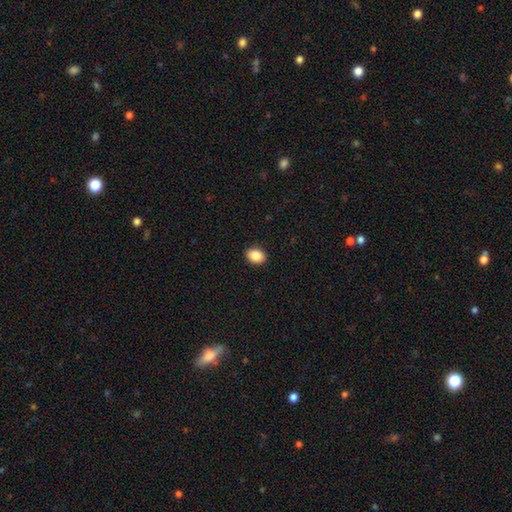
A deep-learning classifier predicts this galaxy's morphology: Smooth or featured? Predicted: smooth (p=0.88). How rounded? Predicted: in between (p=0.66). Merging? Predicted: none (p=0.91).